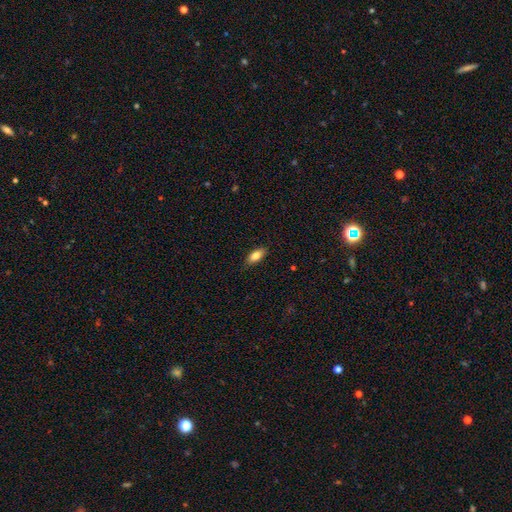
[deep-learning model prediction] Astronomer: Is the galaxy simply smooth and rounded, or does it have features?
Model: smooth — 81%.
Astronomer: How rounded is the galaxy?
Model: in between — 85%.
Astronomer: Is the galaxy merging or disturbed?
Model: none — 87%.